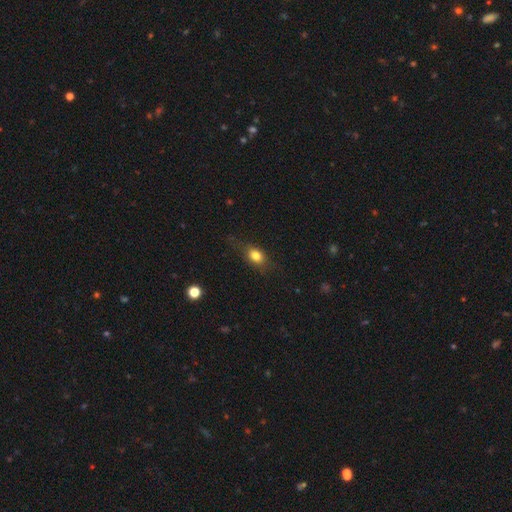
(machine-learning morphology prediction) type=smooth (77%); roundness=in between (64%); merging=none (68%).